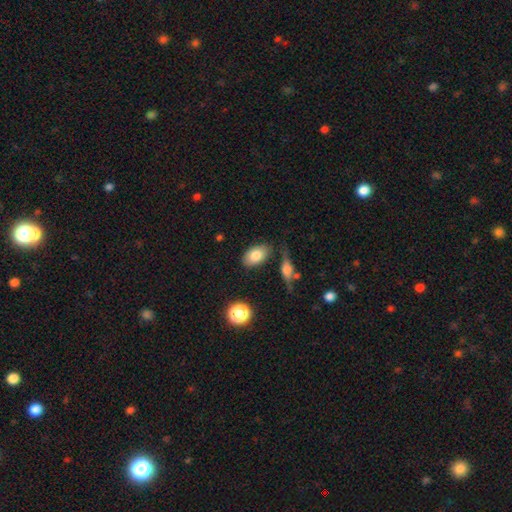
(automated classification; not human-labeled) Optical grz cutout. It shows a smooth galaxy with no disk features (80%) that is in between round and cigar-shaped (90%). Merging: none (76%).